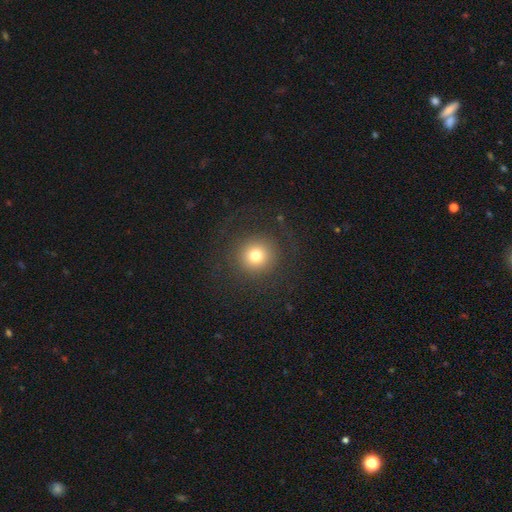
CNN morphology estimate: Smooth or featured? Predicted: smooth (p=0.74). How rounded? Predicted: round (p=0.94). Merging? Predicted: none (p=0.83).